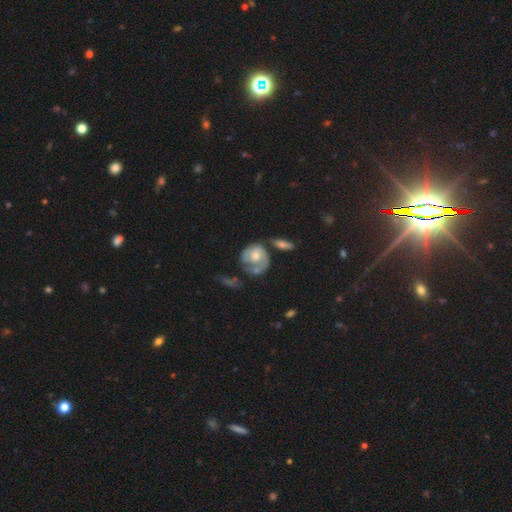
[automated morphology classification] Smooth or featured: featured or disk — 59% (smooth — 35%)
Edge-on disk: no — 97% (yes — 3%)
Bar: no — 78% (weak — 19%)
Spiral arms: yes — 68% (no — 32%)
Bulge size: moderate — 56% (small — 22%)
Merging: none — 37% (major disturbance — 23%)